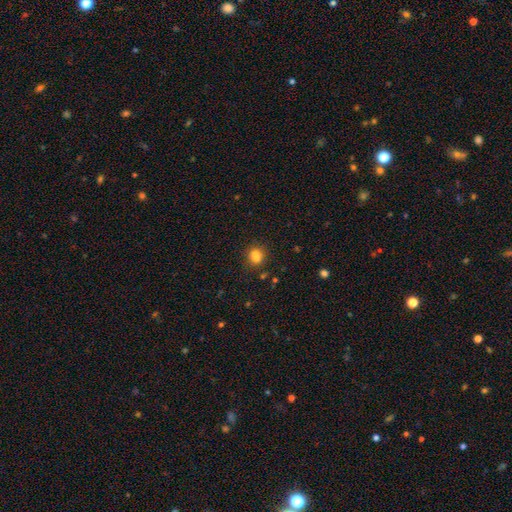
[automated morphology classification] Smooth or featured: smooth — 73% (star or artifact — 15%)
How rounded: round — 73% (in between — 26%)
Merging: none — 48% (merger — 39%)